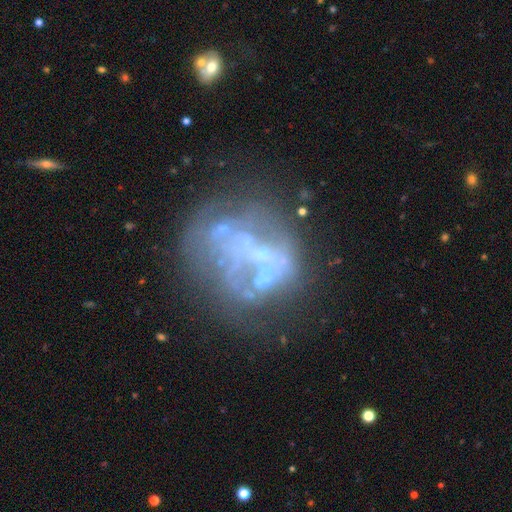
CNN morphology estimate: The model was most divided on "merging": none: 43%, major disturbance: 25%, merger: 17%, minor disturbance: 16%. More confident: edge-on disk — no (98%); spiral arms — no (89%); bar — no (83%); smooth or featured — featured or disk (69%); bulge size — none (64%).